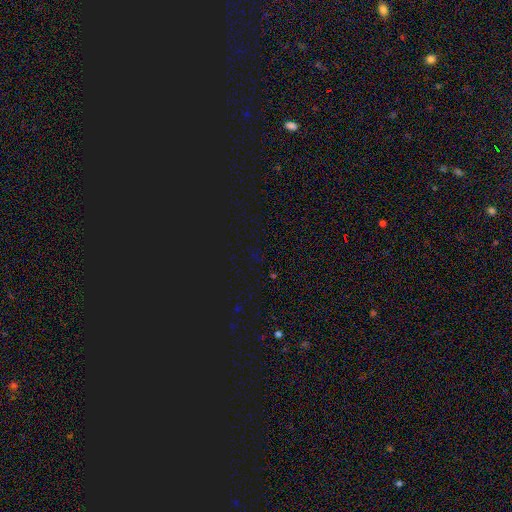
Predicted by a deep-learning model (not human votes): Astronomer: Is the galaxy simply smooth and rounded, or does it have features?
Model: star or artifact — 77%.